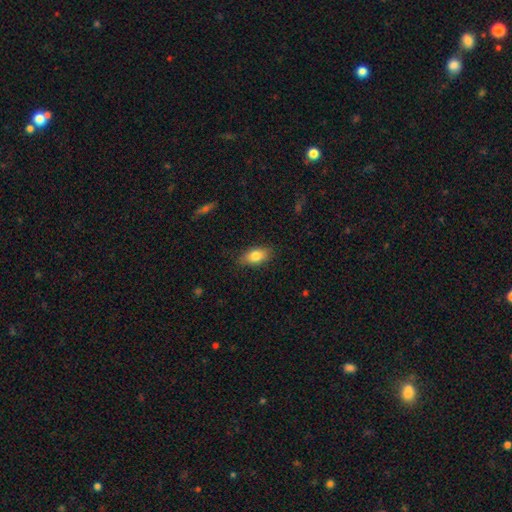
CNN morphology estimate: Smooth or featured? Predicted: smooth (p=0.81). How rounded? Predicted: in between (p=0.87). Merging? Predicted: none (p=0.82).